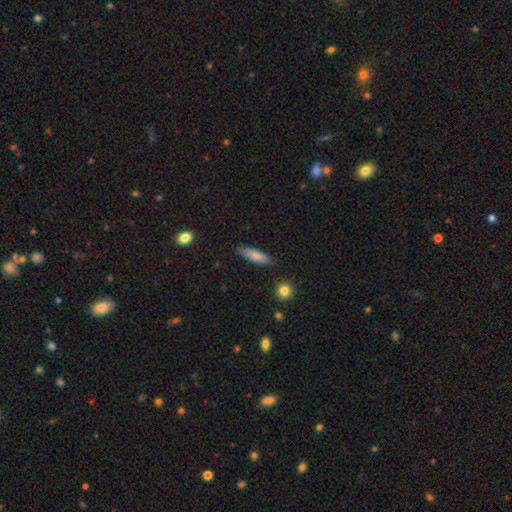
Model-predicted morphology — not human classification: This is clearly a smooth galaxy (81%). How rounded: likely cigar-shaped (60%). Merging: clearly none (84%).